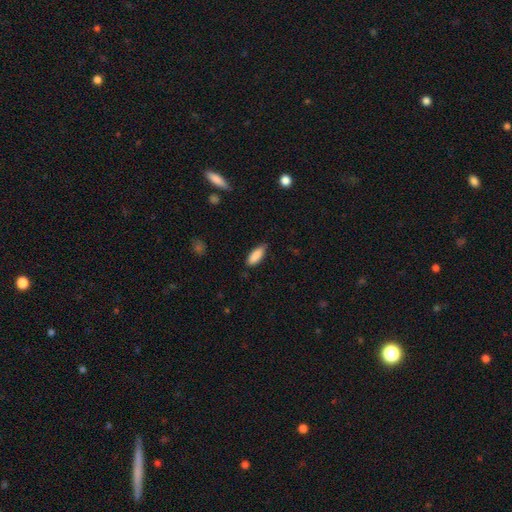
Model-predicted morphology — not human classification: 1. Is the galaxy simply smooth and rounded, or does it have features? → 88% smooth, 6% star or artifact, 5% featured or disk.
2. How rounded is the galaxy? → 73% in between, 25% cigar-shaped, 2% round.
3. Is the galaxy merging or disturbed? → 77% none, 19% minor disturbance, 3% major disturbance, 1% merger.